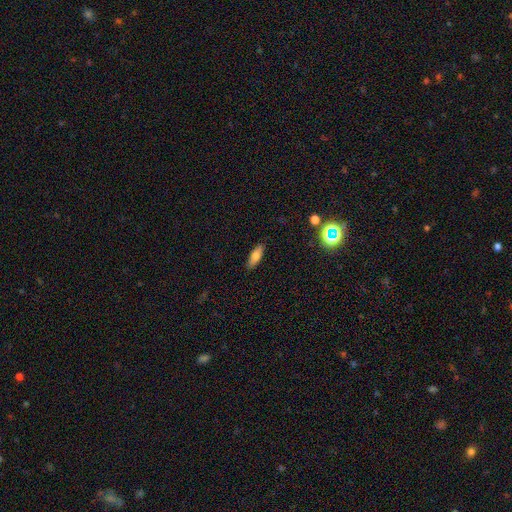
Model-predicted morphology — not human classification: This is likely a smooth galaxy (73%). How rounded: likely in between (62%). Merging: clearly none (88%).